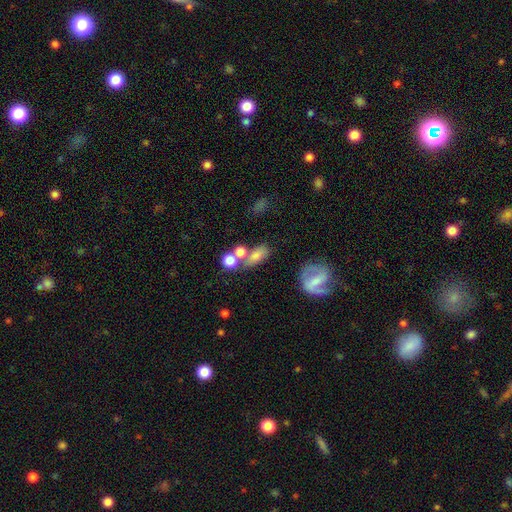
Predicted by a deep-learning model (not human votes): The model was most divided on "merging": none: 41%, merger: 35%, minor disturbance: 14%, major disturbance: 9%. More confident: smooth or featured — smooth (70%); how rounded — in between (69%).